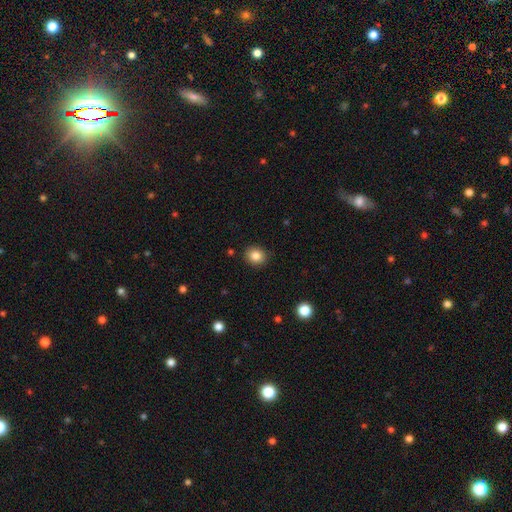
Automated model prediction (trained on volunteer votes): Morphology: type=smooth (85%); roundness=round (73%); merging=none (90%).